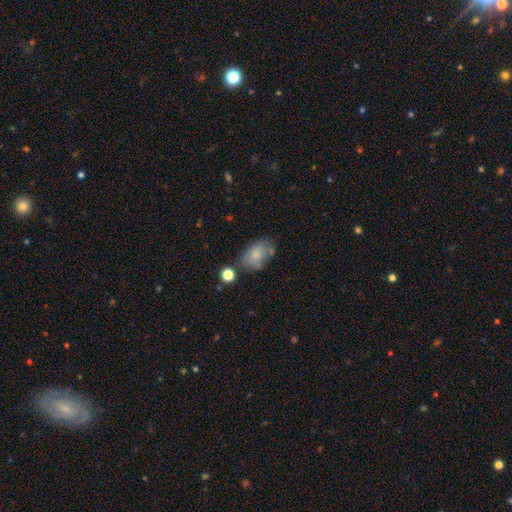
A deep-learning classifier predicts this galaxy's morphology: smooth 79%, featured or disk 13%, star or artifact 8%. Down the decision tree: how rounded — in between (87%); merging — none (58%).